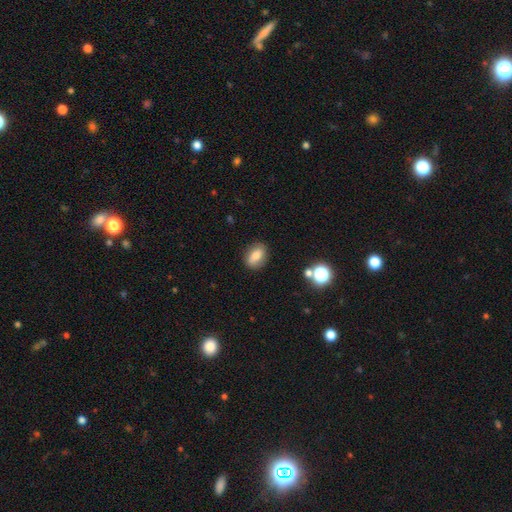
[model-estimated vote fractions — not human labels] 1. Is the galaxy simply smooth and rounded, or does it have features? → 70% smooth, 20% featured or disk, 10% star or artifact.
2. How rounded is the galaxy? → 73% in between, 24% round, 2% cigar-shaped.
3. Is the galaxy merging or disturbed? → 84% none, 11% minor disturbance, 3% major disturbance, 2% merger.